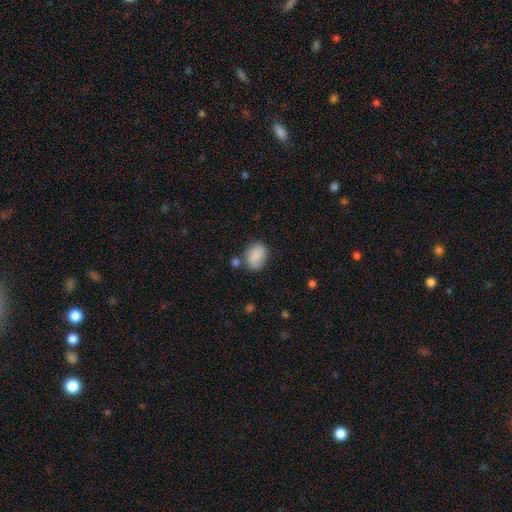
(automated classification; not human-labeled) This is clearly a smooth galaxy (86%). How rounded: likely in between (74%). Merging: likely none (65%).